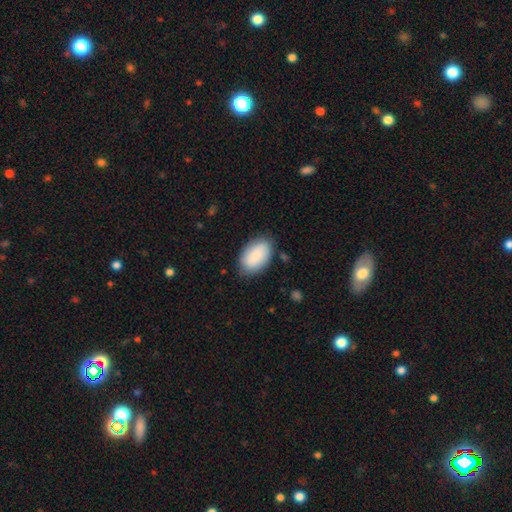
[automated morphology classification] Smooth or featured? smooth (85%)
How rounded? in between (93%)
Merging? none (81%)